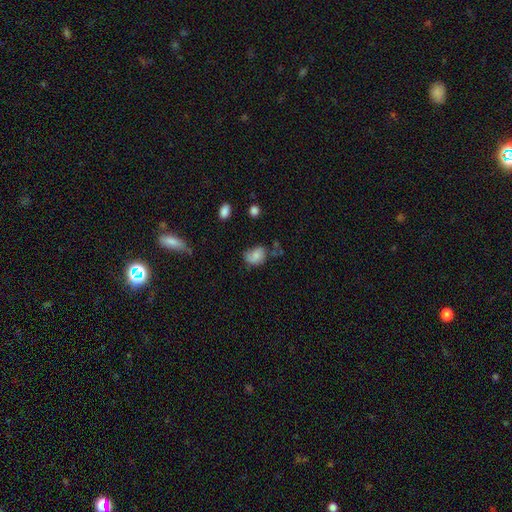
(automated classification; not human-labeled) Smooth or featured? smooth (64%)
How rounded? in between (64%)
Merging? none (47%)